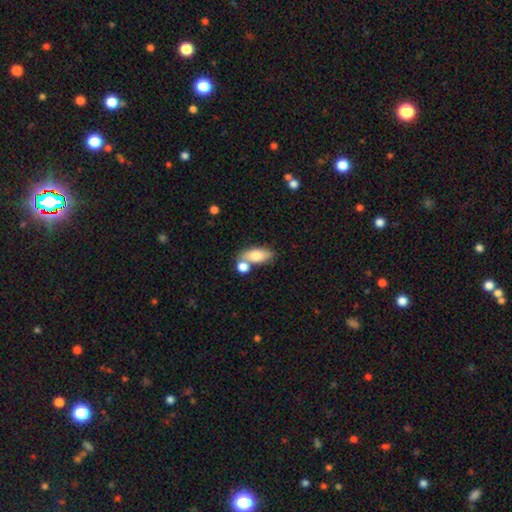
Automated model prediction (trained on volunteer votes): A smooth galaxy with no disk features (77%) that is in between round and cigar-shaped (85%). Merging: none (51%).